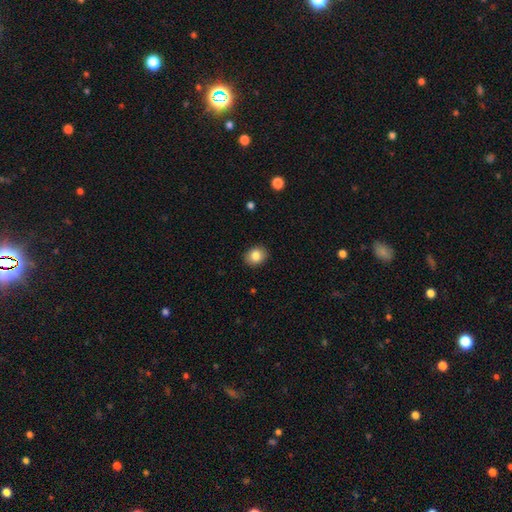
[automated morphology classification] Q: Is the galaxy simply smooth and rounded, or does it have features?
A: smooth — 84%.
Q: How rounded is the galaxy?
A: round — 53%.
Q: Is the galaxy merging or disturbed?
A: none — 89%.